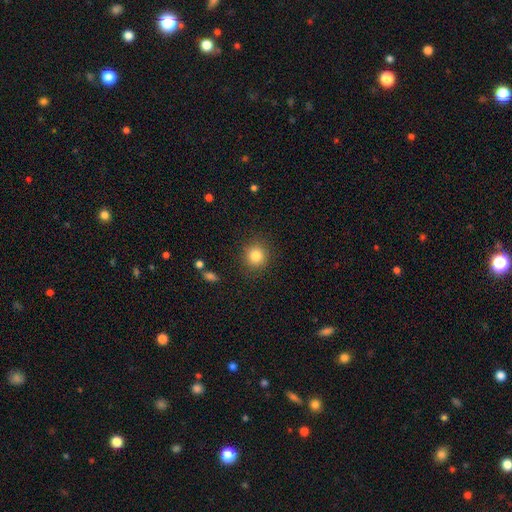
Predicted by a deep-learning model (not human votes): A smooth galaxy with no disk features (83%) that is round (90%).

Vote fractions:
- Smooth or featured? smooth: 83% / star or artifact: 11% / featured or disk: 6%
- How rounded? round: 90% / in between: 9% / cigar-shaped: 1%
- Merging? none: 89% / minor disturbance: 7% / major disturbance: 3% / merger: 1%